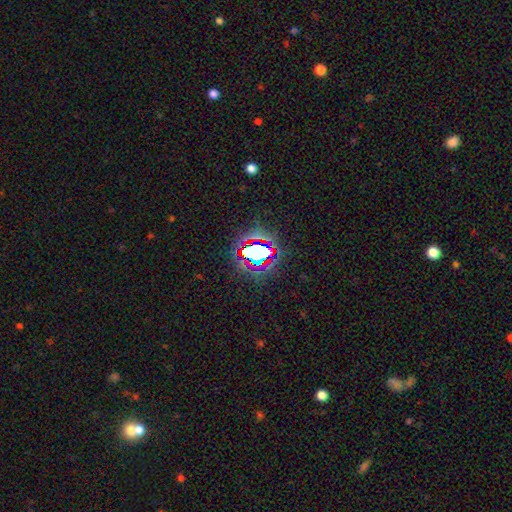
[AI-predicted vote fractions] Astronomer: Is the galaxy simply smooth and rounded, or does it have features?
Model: star or artifact — 65%.